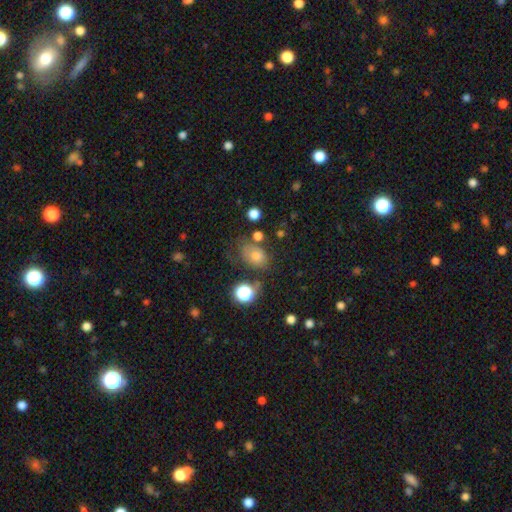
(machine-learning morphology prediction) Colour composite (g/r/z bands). It shows a smooth galaxy with no disk features (67%) that is in between round and cigar-shaped (64%). Merging: none (55%).